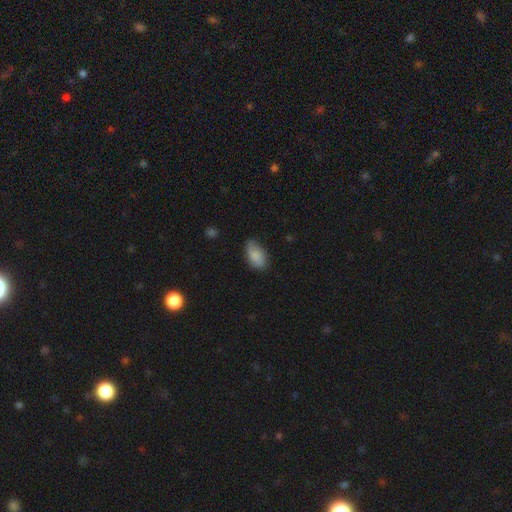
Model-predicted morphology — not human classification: A smooth galaxy with no disk features (80%) that is in between round and cigar-shaped (92%). Merging: none (68%).